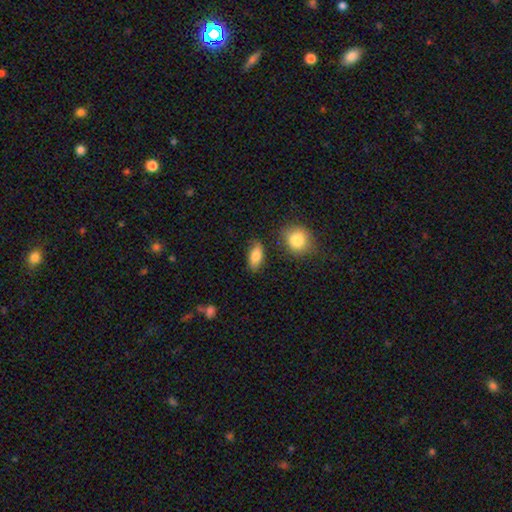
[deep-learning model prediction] Smooth or featured?
  - smooth: 81% *
  - featured or disk: 11%
  - star or artifact: 8%
How rounded?
  - in between: 86% *
  - cigar-shaped: 9%
  - round: 5%
Merging?
  - none: 77% *
  - minor disturbance: 16%
  - merger: 4%
  - major disturbance: 4%